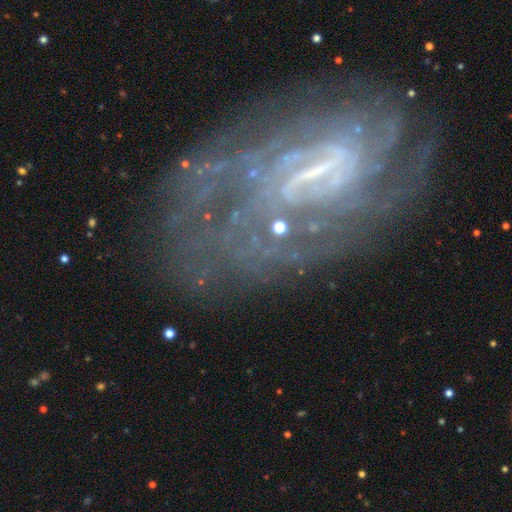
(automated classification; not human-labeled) This is clearly a featured or disk galaxy (82%). It is clearly not viewed edge-on (95%). Bar: marginally weak (41%). Spiral arm pattern: clearly yes (87%). Spiral arm count: possibly can't tell (47%). Spiral winding: possibly tight (59%). Central bulge: marginally none (38%). Merging: likely none (63%).